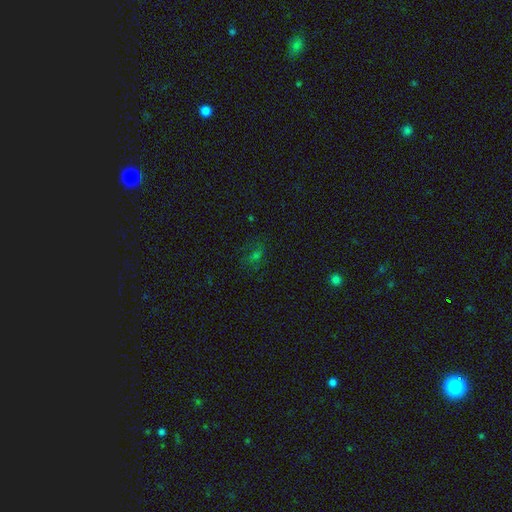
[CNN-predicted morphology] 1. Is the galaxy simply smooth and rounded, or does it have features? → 43% star or artifact, 39% smooth, 19% featured or disk.